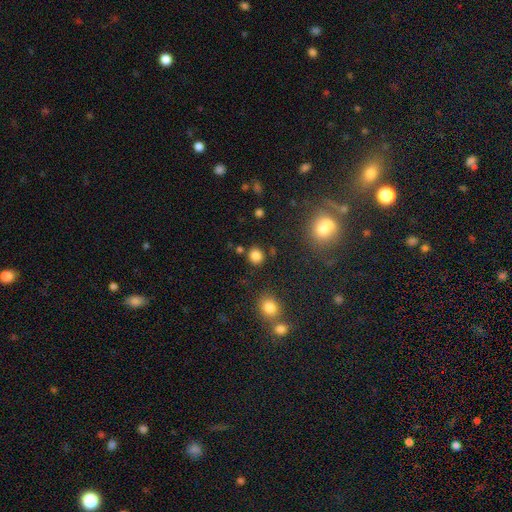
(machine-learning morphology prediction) Q: Smooth or featured?
A: smooth (83%); runner-up: star or artifact (13%)
Q: How rounded?
A: round (84%); runner-up: in between (15%)
Q: Merging?
A: none (84%); runner-up: minor disturbance (8%)